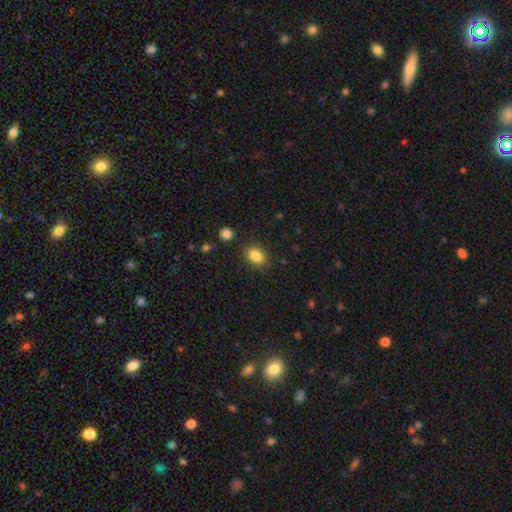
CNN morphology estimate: This appears to be a smooth galaxy with no disk features (86%) that is in between round and cigar-shaped (80%). Merging: none (84%).